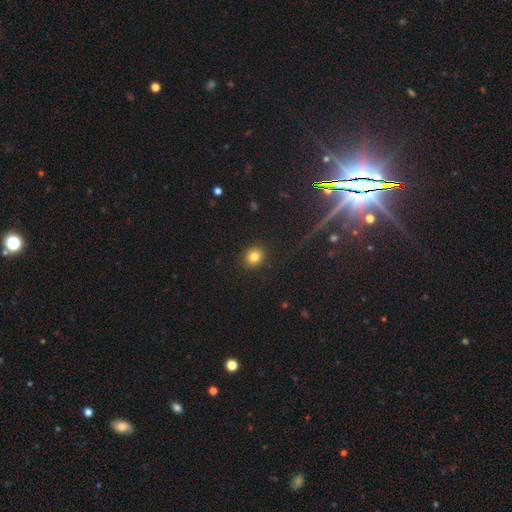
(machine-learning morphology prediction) type=smooth (75%); roundness=round (87%); merging=none (91%).